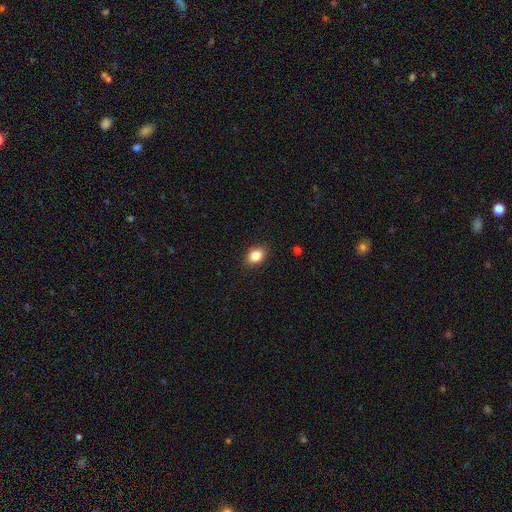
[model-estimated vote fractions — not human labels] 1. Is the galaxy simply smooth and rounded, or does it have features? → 85% smooth, 9% star or artifact, 6% featured or disk.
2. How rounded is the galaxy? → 73% in between, 26% round, 1% cigar-shaped.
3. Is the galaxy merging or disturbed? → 88% none, 9% minor disturbance, 2% major disturbance, 1% merger.